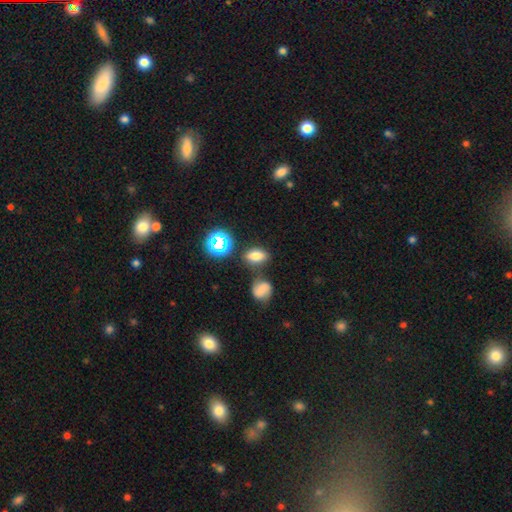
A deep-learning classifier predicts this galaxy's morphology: Q: Smooth or featured?
A: smooth (71%); runner-up: star or artifact (18%)
Q: How rounded?
A: in between (80%); runner-up: round (16%)
Q: Merging?
A: none (73%); runner-up: minor disturbance (13%)